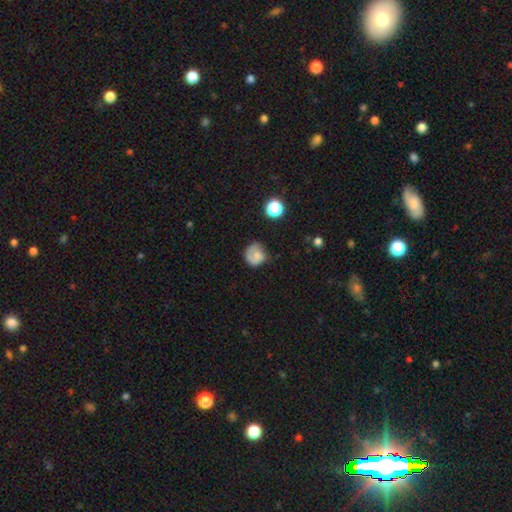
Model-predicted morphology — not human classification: type=smooth (62%); roundness=round (75%); merging=none (52%).